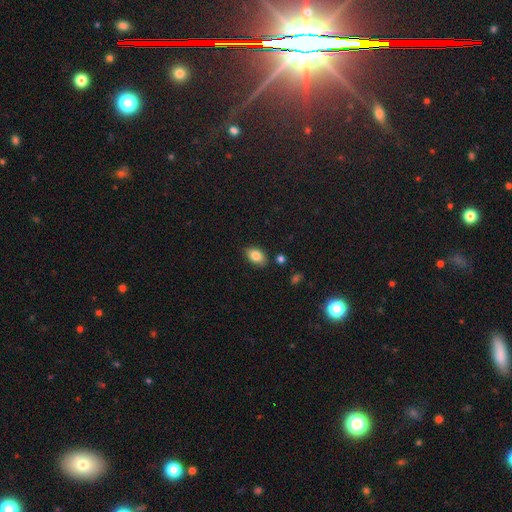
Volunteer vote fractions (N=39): This appears to be a smooth galaxy with no disk features (79%) that is in between round and cigar-shaped (71%). Merging: none (74%).